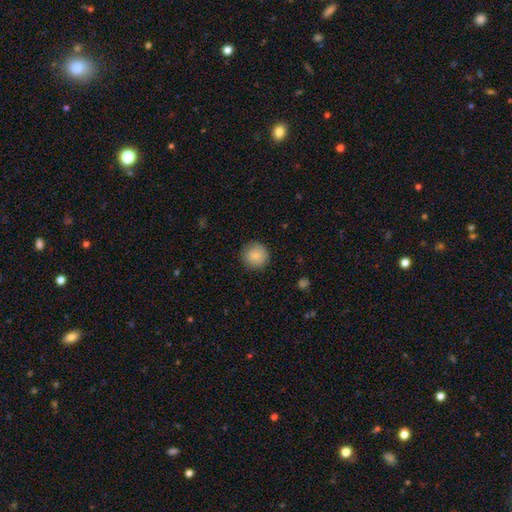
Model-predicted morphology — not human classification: The model was most divided on "smooth or featured": smooth: 85%, star or artifact: 8%, featured or disk: 7%. More confident: how rounded — round (95%); merging — none (89%).